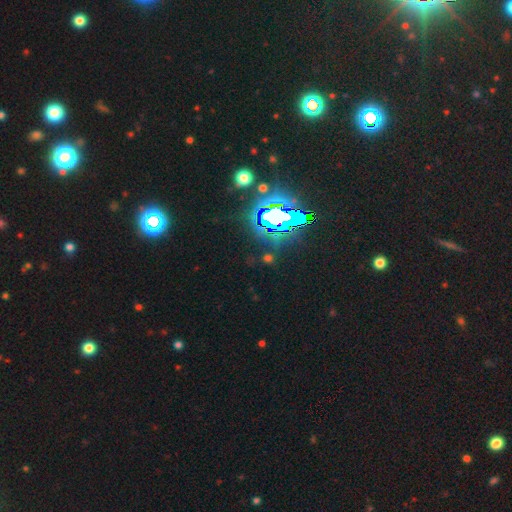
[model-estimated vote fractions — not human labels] Smooth or featured? Predicted: star or artifact (p=0.84).